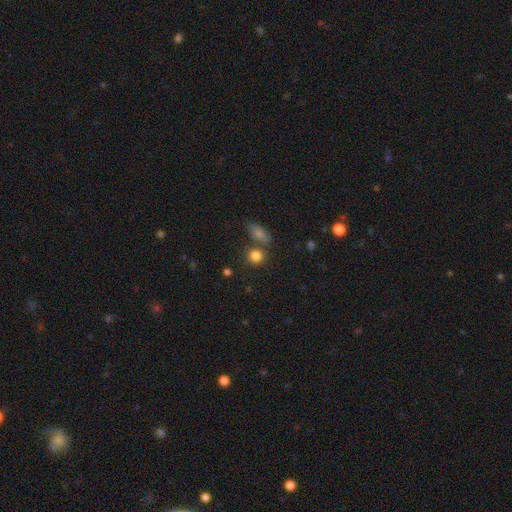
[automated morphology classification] Smooth or featured? smooth (82%)
How rounded? round (77%)
Merging? none (64%)